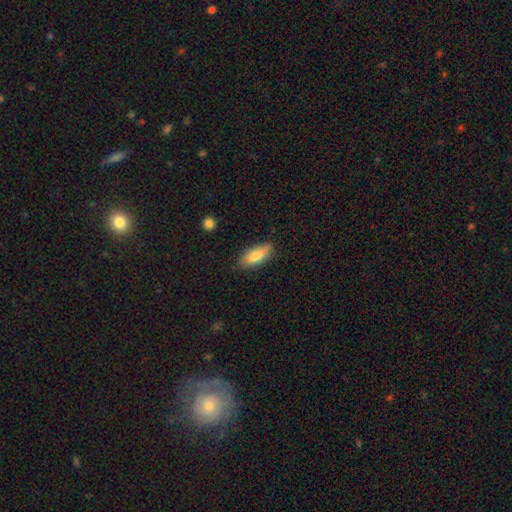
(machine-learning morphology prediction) Overall: smooth (81%). How rounded: in between (76%). Merging: none (82%).